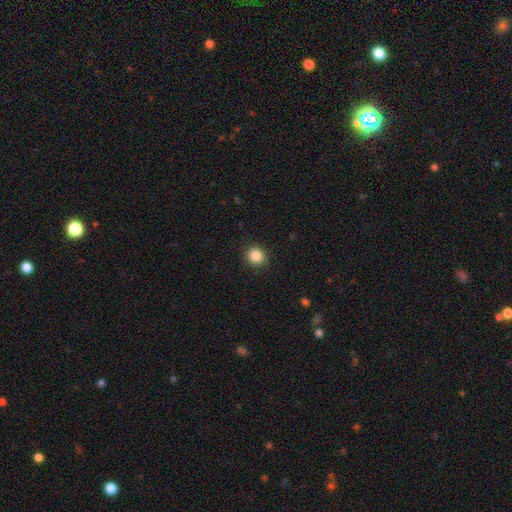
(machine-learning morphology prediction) Smooth or featured?
  - smooth: 86% *
  - star or artifact: 10%
  - featured or disk: 4%
How rounded?
  - round: 86% *
  - in between: 13%
  - cigar-shaped: 1%
Merging?
  - none: 90% *
  - minor disturbance: 7%
  - major disturbance: 2%
  - merger: 1%